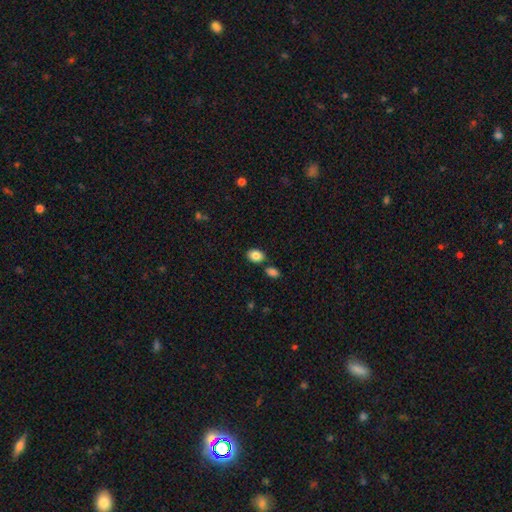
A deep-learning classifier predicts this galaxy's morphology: Q: Smooth or featured?
A: smooth (86%); runner-up: star or artifact (8%)
Q: How rounded?
A: in between (73%); runner-up: round (26%)
Q: Merging?
A: none (76%); runner-up: merger (11%)